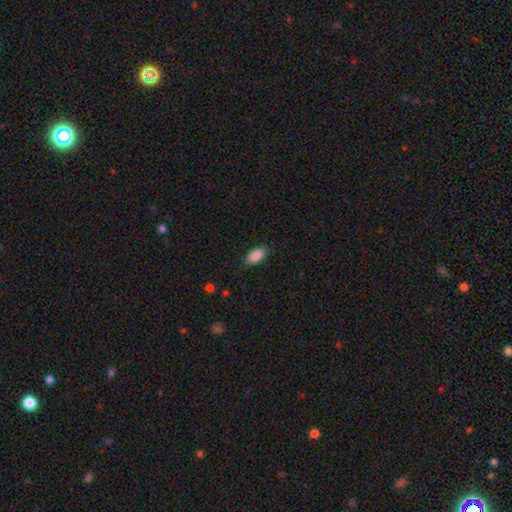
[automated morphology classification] smooth-or-featured: smooth: 87% | star or artifact: 7% | featured or disk: 6%
  how-rounded: in between: 91% | cigar-shaped: 7% | round: 3%
  merging: none: 80% | minor disturbance: 15% | major disturbance: 3% | merger: 1%